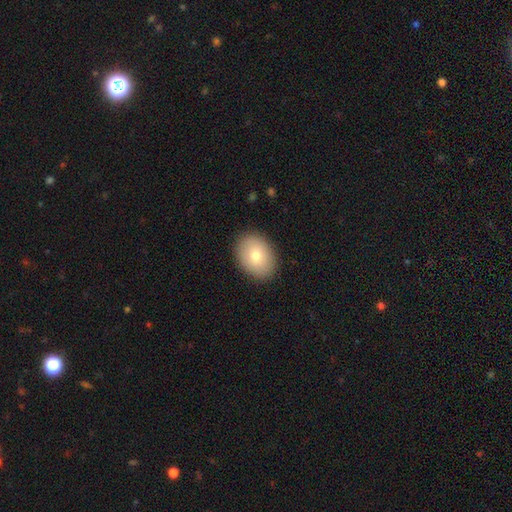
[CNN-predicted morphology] This is likely a smooth galaxy (76%). How rounded: likely in between (68%). Merging: clearly none (89%).